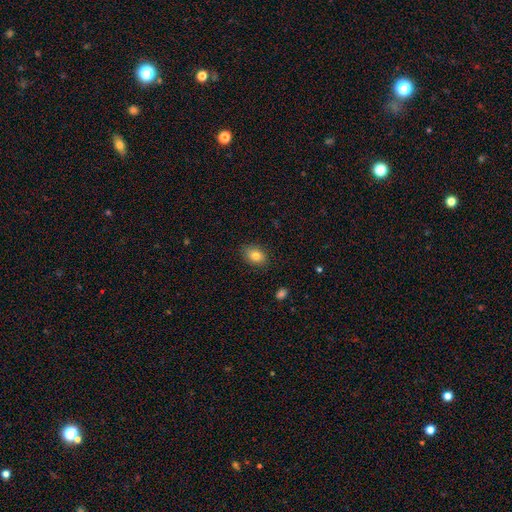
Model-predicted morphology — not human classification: A smooth galaxy with no disk features (82%) that is in between round and cigar-shaped (77%).

Vote fractions:
- Smooth or featured? smooth: 82% / featured or disk: 9% / star or artifact: 9%
- How rounded? in between: 77% / round: 22% / cigar-shaped: 1%
- Merging? none: 86% / minor disturbance: 10% / major disturbance: 2% / merger: 1%